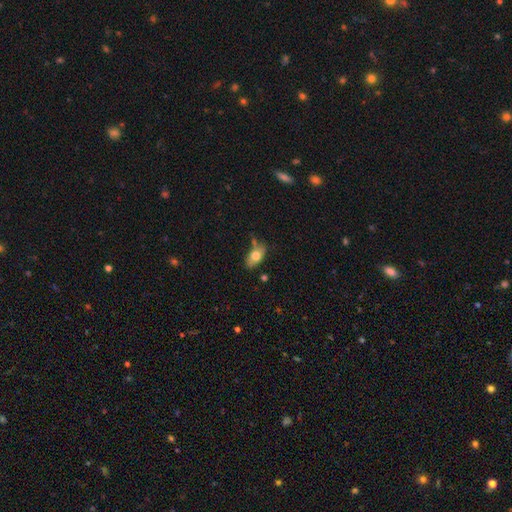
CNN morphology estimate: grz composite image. It shows a smooth galaxy with no disk features (72%) that is in between round and cigar-shaped (88%). Merging: none (68%).